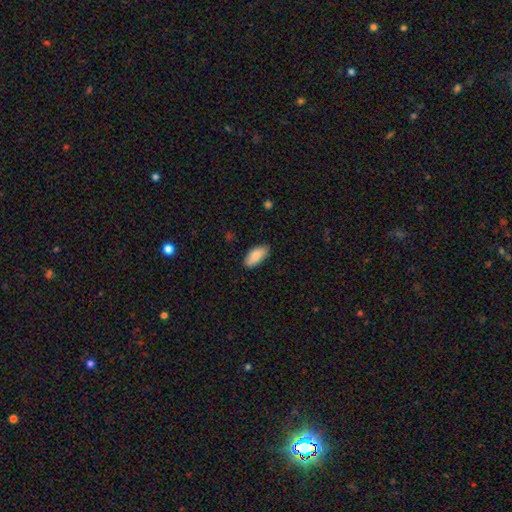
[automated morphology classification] The model was most divided on "merging": none: 83%, minor disturbance: 14%, major disturbance: 2%, merger: 1%. More confident: how rounded — in between (91%); smooth or featured — smooth (85%).